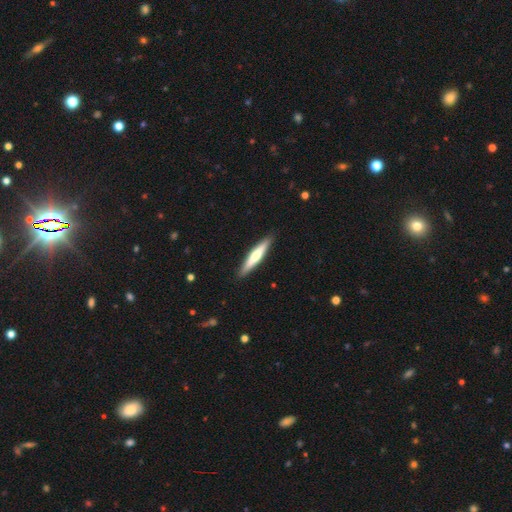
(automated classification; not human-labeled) smooth 53%, featured or disk 43%, star or artifact 5%. Down the decision tree: how rounded — cigar-shaped (90%); merging — none (90%).